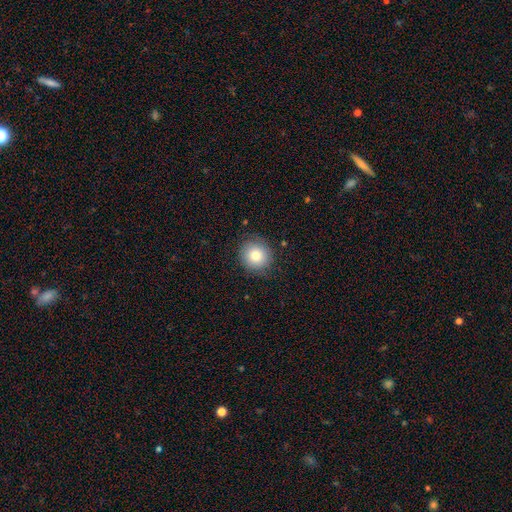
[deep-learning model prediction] This is likely a smooth galaxy (79%). How rounded: clearly round (90%). Merging: clearly none (83%).